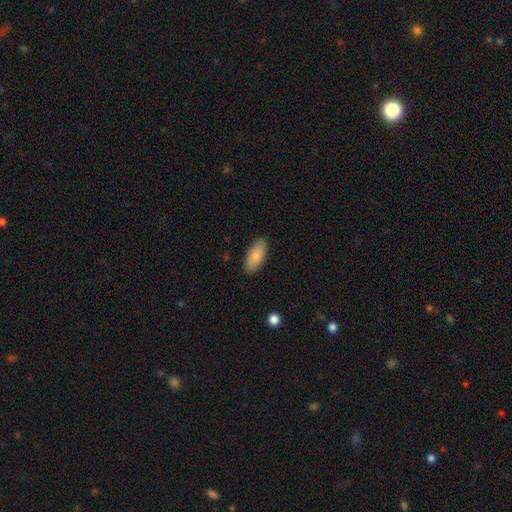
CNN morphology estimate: A smooth galaxy with no disk features (85%) that is in between round and cigar-shaped (87%). Merging: none (88%).